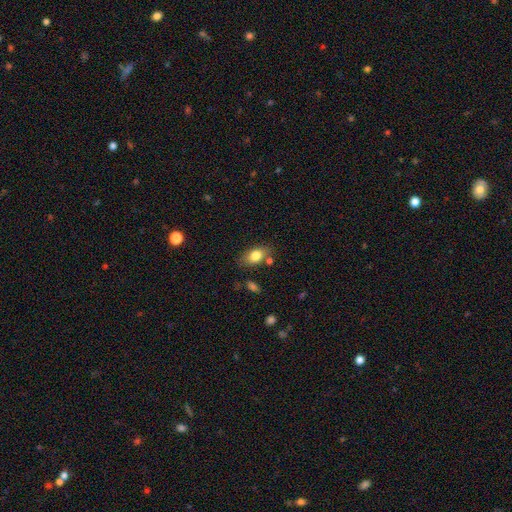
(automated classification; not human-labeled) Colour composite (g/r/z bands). It shows a smooth galaxy with no disk features (80%) that is in between round and cigar-shaped (87%). Merging: none (74%).